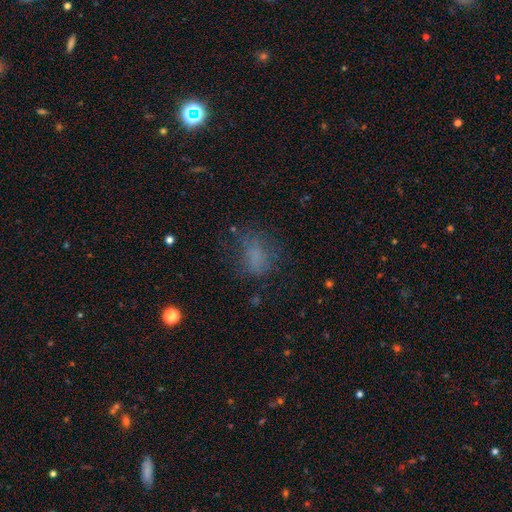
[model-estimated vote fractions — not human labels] Smooth or featured? Predicted: smooth (p=0.64). How rounded? Predicted: in between (p=0.67). Merging? Predicted: none (p=0.55).